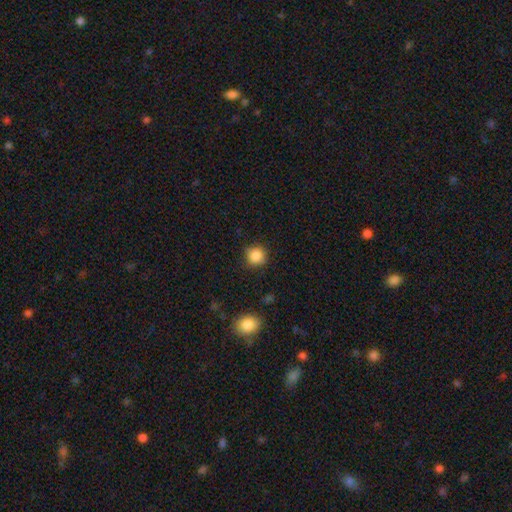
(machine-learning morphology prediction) smooth 86%, star or artifact 10%, featured or disk 4%. Down the decision tree: how rounded — round (91%); merging — none (83%).